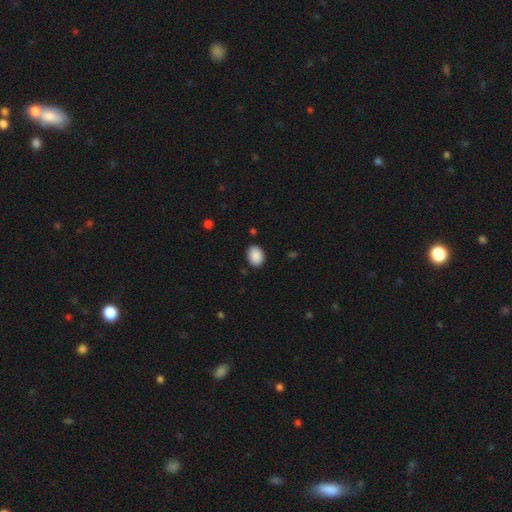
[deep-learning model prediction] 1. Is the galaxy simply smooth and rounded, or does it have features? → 90% smooth, 7% star or artifact, 3% featured or disk.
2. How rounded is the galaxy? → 76% in between, 23% round, 1% cigar-shaped.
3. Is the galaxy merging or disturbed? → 86% none, 10% minor disturbance, 2% major disturbance, 1% merger.